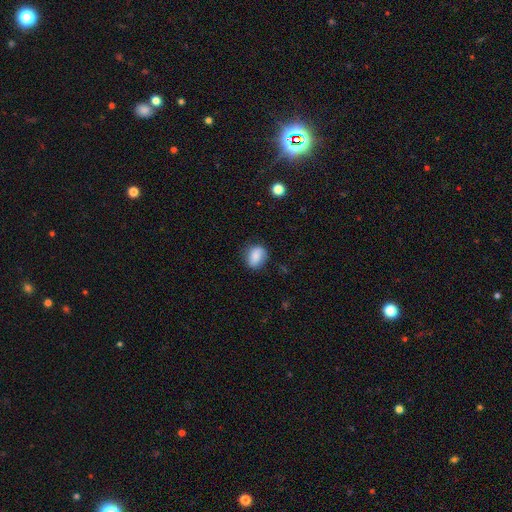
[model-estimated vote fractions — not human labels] smooth 75%, featured or disk 16%, star or artifact 9%. Down the decision tree: how rounded — in between (54%); merging — none (72%).